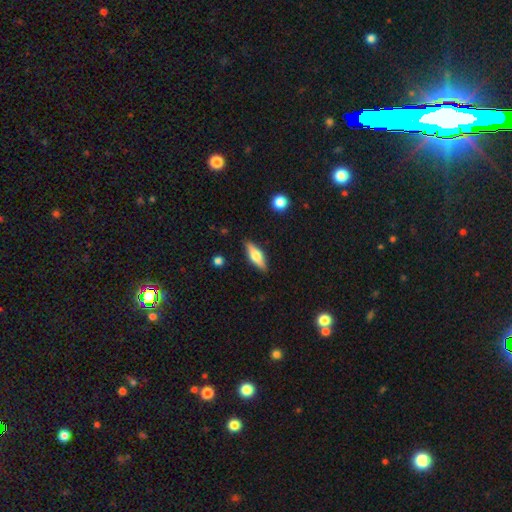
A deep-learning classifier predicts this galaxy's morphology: featured or disk 47%, smooth 46%, star or artifact 6%. Down the decision tree: merging — none (87%).